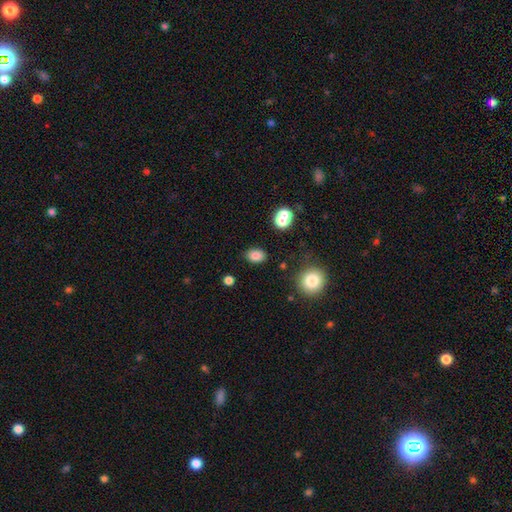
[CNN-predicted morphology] smooth-or-featured: smooth: 84% | star or artifact: 11% | featured or disk: 5%
  how-rounded: in between: 74% | round: 25% | cigar-shaped: 1%
  merging: none: 83% | minor disturbance: 11% | major disturbance: 3% | merger: 3%